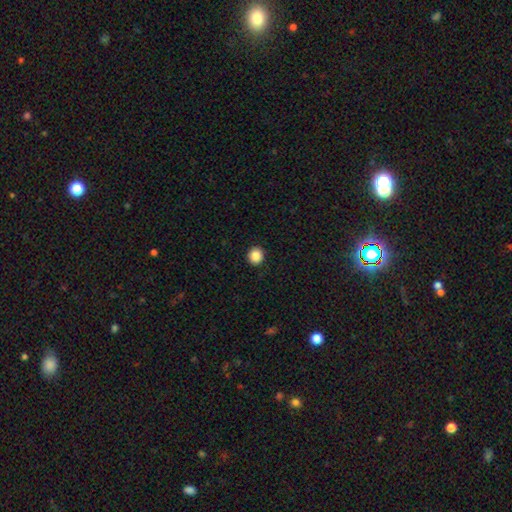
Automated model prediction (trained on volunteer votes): smooth 87%, star or artifact 10%, featured or disk 3%. Down the decision tree: how rounded — round (93%); merging — none (93%).